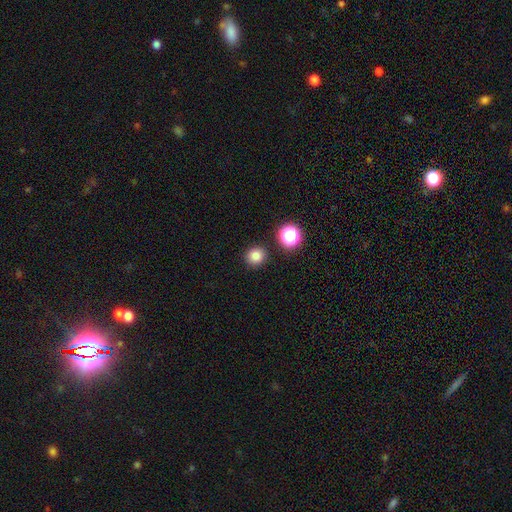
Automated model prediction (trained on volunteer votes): This appears to be a smooth galaxy with no disk features (82%) that is round (90%). Merging: none (89%).